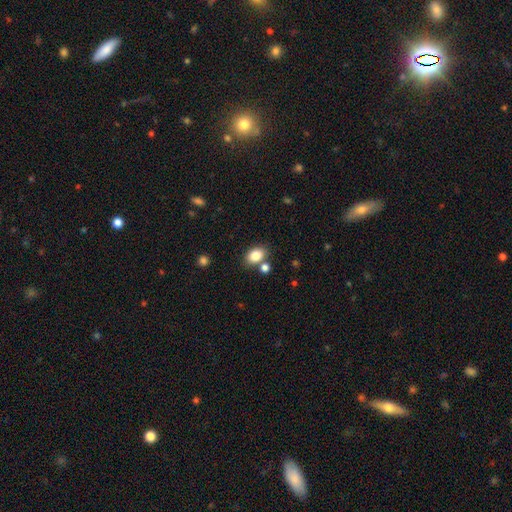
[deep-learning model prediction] Smooth or featured? Predicted: smooth (p=0.84). How rounded? Predicted: in between (p=0.76). Merging? Predicted: none (p=0.70).